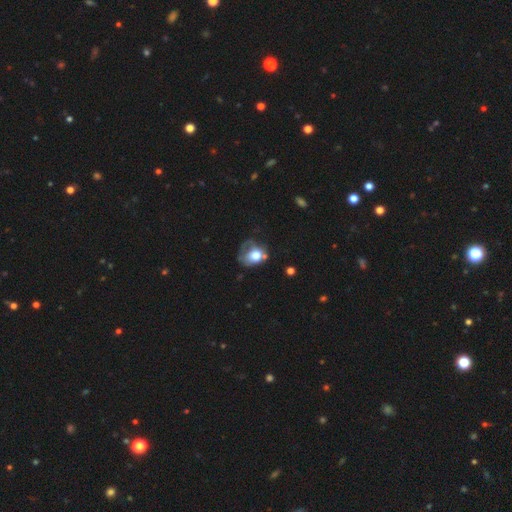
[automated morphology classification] smooth_or_featured: smooth (p=0.60) [alt: featured or disk p=0.30]
how_rounded: round (p=0.54) [alt: in between p=0.44]
merging: major disturbance (p=0.38) [alt: none p=0.27]